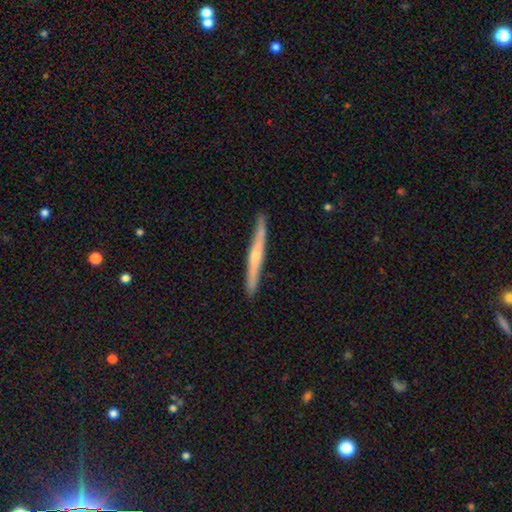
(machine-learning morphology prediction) Smooth or featured? featured or disk (62%)
Edge-on disk? yes (96%)
Edge-on bulge? rounded (62%)
Merging? none (88%)